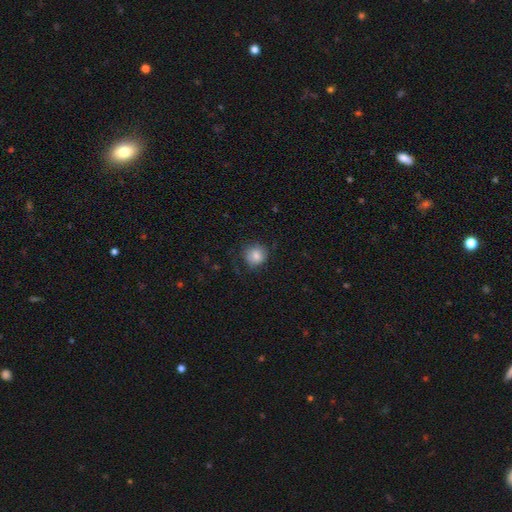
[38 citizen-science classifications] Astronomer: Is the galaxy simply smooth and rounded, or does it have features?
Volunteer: smooth — 87%.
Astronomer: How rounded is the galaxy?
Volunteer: round — 82%.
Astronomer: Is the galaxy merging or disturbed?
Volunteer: none — 69%.